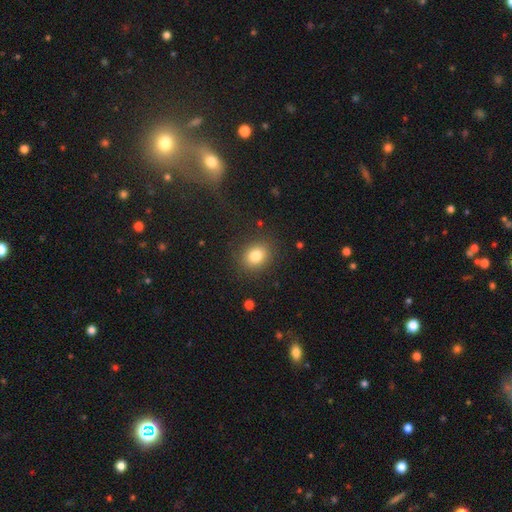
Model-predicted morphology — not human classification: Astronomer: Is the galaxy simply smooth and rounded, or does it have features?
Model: smooth — 82%.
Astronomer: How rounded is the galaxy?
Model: round — 57% (runner-up: in between, 42%).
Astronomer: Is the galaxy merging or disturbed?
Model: none — 85%.